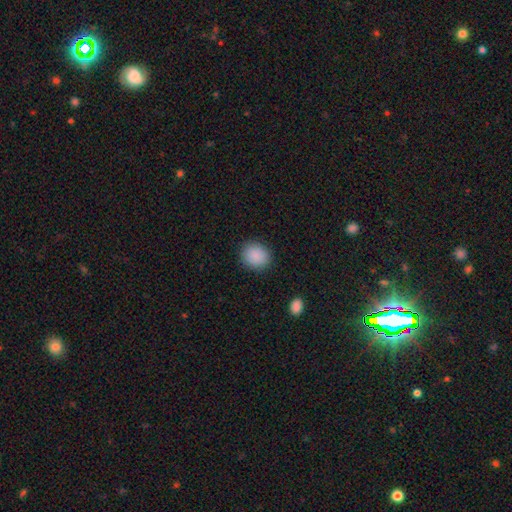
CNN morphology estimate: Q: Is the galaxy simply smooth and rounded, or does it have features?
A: smooth — 89%.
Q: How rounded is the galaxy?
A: round — 79%.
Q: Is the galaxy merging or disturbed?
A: none — 89%.